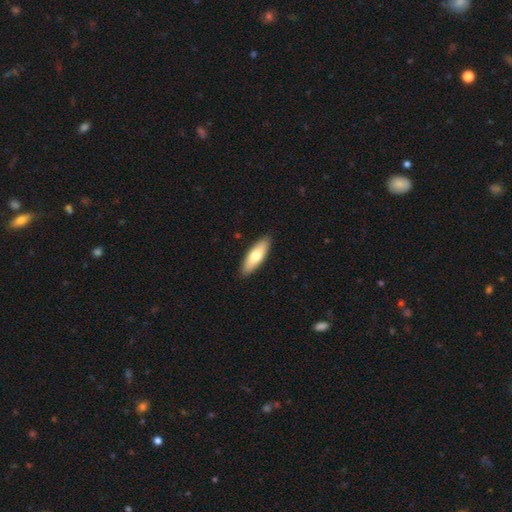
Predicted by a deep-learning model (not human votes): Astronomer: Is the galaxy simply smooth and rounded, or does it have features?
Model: smooth — 72%.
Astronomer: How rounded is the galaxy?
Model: in between — 54% (runner-up: cigar-shaped, 44%).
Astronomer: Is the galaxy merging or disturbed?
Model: none — 90%.